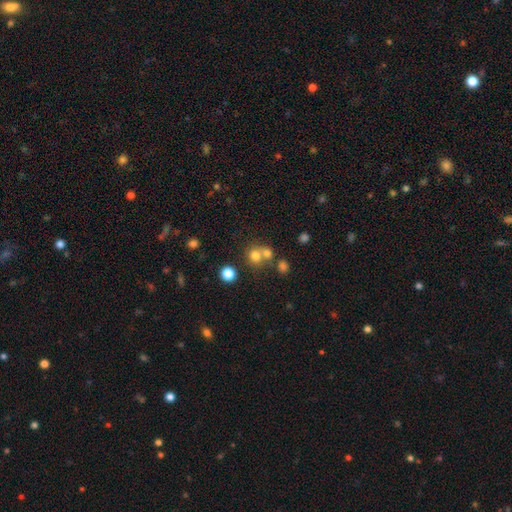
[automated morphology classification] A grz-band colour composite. It shows a smooth galaxy with no disk features (73%) that is round (82%). Merging: none (48%).